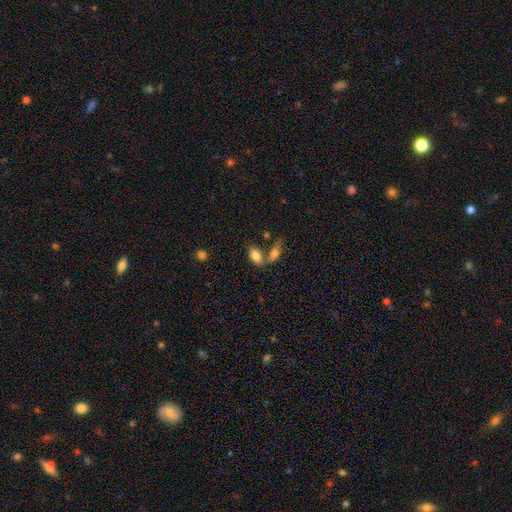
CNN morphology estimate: smooth_or_featured: smooth (p=0.80) [alt: featured or disk p=0.12]
how_rounded: in between (p=0.90) [alt: round p=0.05]
merging: merger (p=0.43) [alt: none p=0.41]